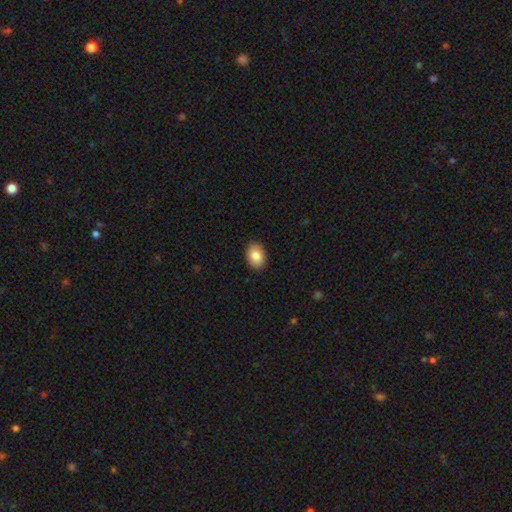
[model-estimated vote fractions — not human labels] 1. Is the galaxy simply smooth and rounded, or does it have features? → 86% smooth, 7% star or artifact, 7% featured or disk.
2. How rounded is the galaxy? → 81% in between, 18% round, 1% cigar-shaped.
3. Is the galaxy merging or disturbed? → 89% none, 8% minor disturbance, 2% major disturbance, 1% merger.